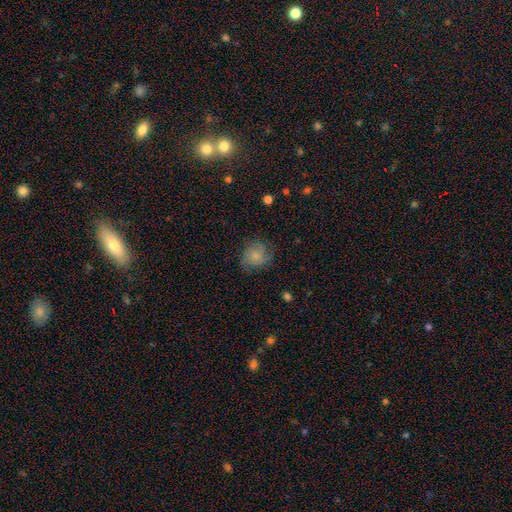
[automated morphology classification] Q: Smooth or featured?
A: smooth (66%); runner-up: featured or disk (25%)
Q: How rounded?
A: round (77%); runner-up: in between (23%)
Q: Merging?
A: none (68%); runner-up: minor disturbance (22%)